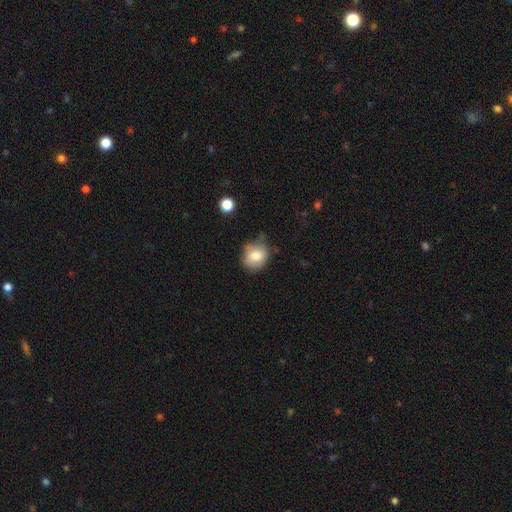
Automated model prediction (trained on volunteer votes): Q: Smooth or featured?
A: smooth (79%); runner-up: featured or disk (12%)
Q: How rounded?
A: round (70%); runner-up: in between (29%)
Q: Merging?
A: none (65%); runner-up: minor disturbance (26%)